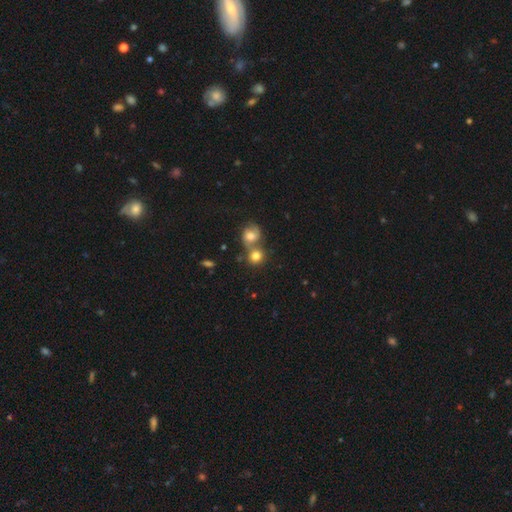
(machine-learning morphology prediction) Q: Smooth or featured?
A: smooth (74%); runner-up: featured or disk (16%)
Q: How rounded?
A: round (81%); runner-up: in between (17%)
Q: Merging?
A: merger (47%); runner-up: none (41%)